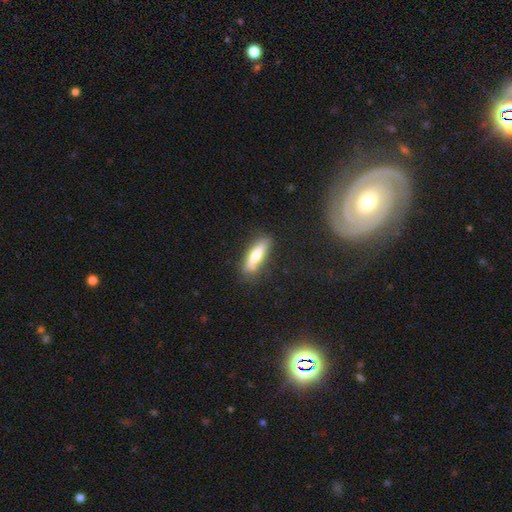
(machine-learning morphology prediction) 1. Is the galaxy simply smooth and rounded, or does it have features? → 66% smooth, 27% featured or disk, 7% star or artifact.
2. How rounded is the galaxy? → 67% cigar-shaped, 31% in between, 2% round.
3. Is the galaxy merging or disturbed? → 80% none, 15% minor disturbance, 4% major disturbance, 2% merger.